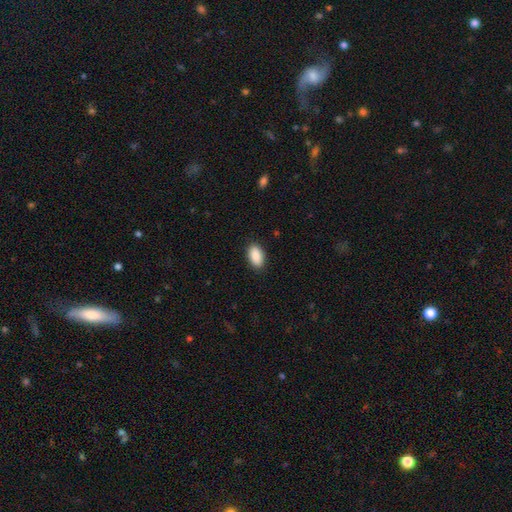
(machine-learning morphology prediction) Smooth or featured?
  - smooth: 91% *
  - star or artifact: 6%
  - featured or disk: 3%
How rounded?
  - in between: 94% *
  - round: 4%
  - cigar-shaped: 2%
Merging?
  - none: 88% *
  - minor disturbance: 9%
  - major disturbance: 2%
  - merger: 1%